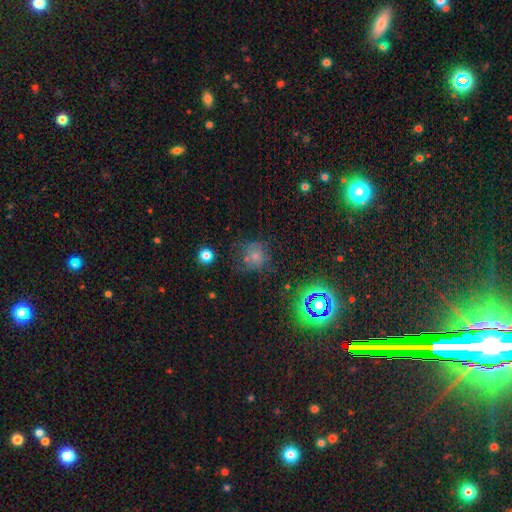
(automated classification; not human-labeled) The model was most divided on "smooth or featured": star or artifact: 44%, smooth: 39%, featured or disk: 17%.